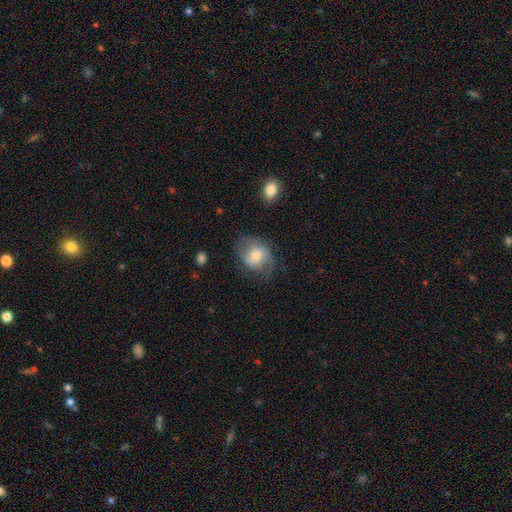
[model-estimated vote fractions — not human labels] This appears to be a smooth galaxy with no disk features (49%). Merging: none (57%).